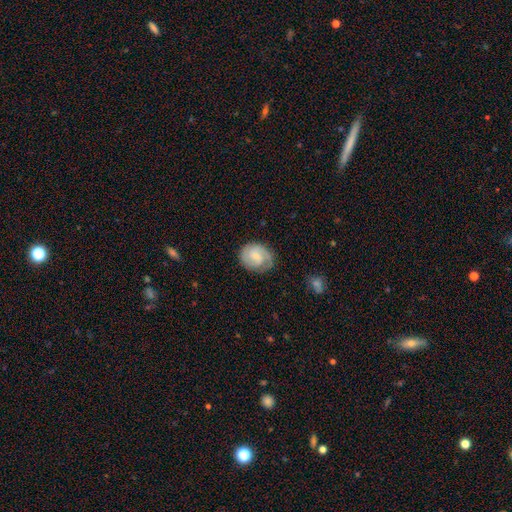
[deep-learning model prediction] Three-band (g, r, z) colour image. It shows a featured or disk galaxy (58%) with no bar (49%), 2 (56%) tight (48%) spiral arms (92%) and a small central bulge (55%). Merging: none (70%).